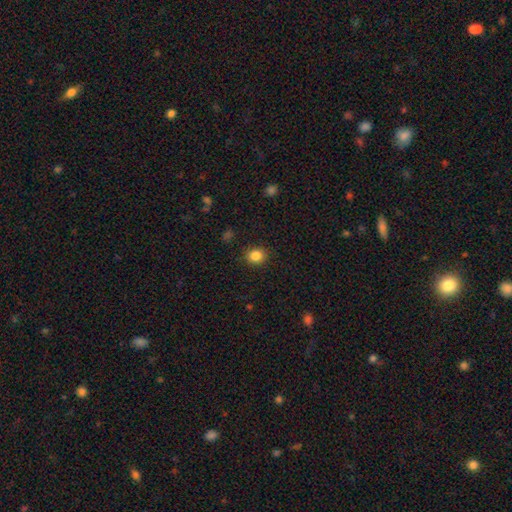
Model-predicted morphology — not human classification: A smooth galaxy with no disk features (84%) that is round (73%). Merging: none (89%).